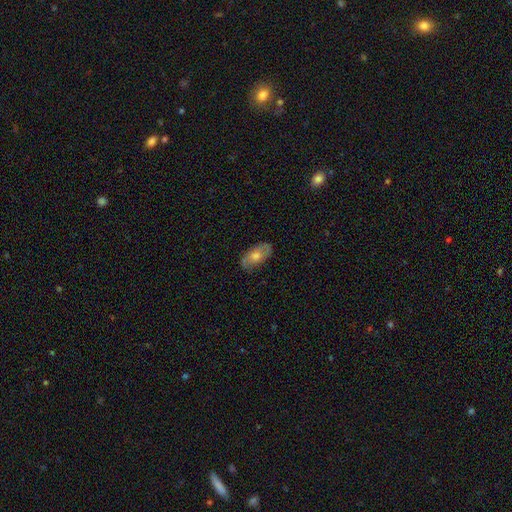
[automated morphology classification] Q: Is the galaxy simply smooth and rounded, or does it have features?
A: smooth — 51%.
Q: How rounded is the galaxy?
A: in between — 90%.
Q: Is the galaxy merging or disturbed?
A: none — 81%.